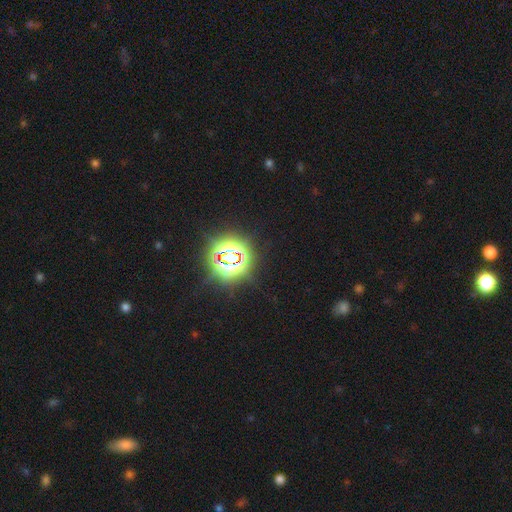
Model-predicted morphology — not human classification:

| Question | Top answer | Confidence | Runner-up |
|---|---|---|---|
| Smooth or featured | star or artifact | 81% | smooth (14%) |